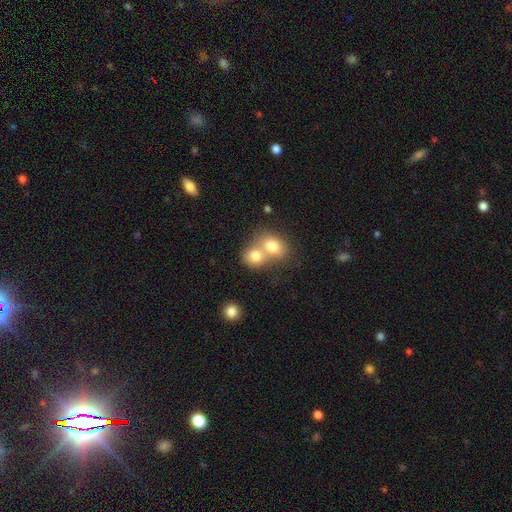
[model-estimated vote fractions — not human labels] This is likely a smooth galaxy (77%). How rounded: possibly round (57%). Merging: likely merger (68%).